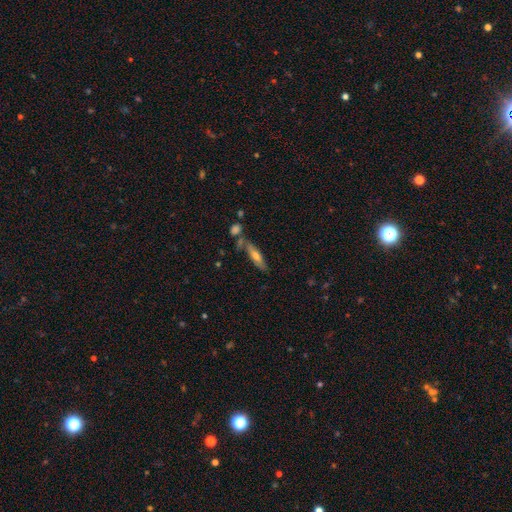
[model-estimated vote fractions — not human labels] Smooth or featured?
  - smooth: 55% *
  - featured or disk: 38%
  - star or artifact: 7%
How rounded?
  - cigar-shaped: 71% *
  - in between: 27%
  - round: 2%
Merging?
  - none: 64% *
  - minor disturbance: 16%
  - merger: 15%
  - major disturbance: 5%